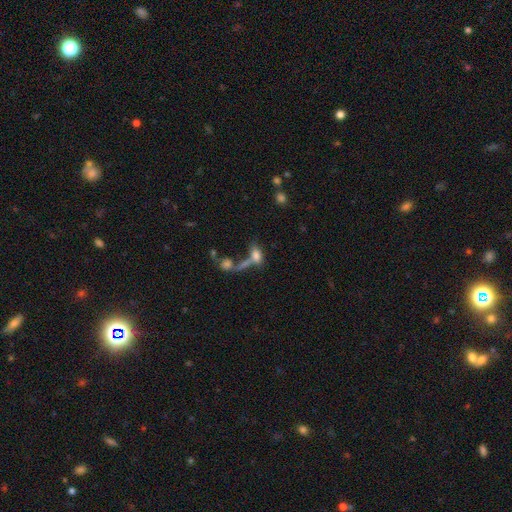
A smooth galaxy with no disk features (81%) that is in between round and cigar-shaped (93%). Merging: none (44%).